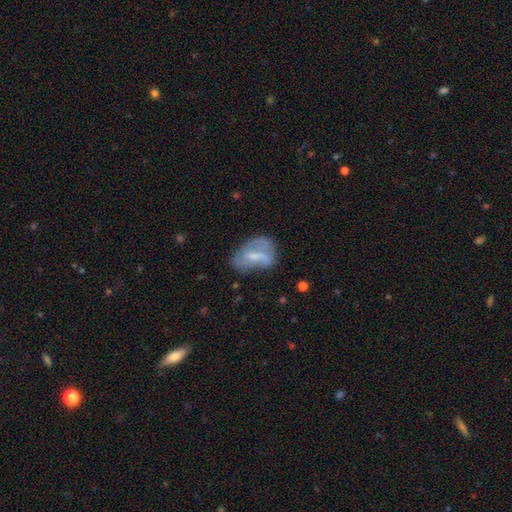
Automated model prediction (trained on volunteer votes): Smooth or featured?
  - featured or disk: 53% *
  - smooth: 39%
  - star or artifact: 8%
Edge-on disk?
  - no: 95% *
  - yes: 5%
Bar?
  - weak: 46% *
  - no: 32%
  - strong: 21%
Spiral arms?
  - yes: 56% *
  - no: 44%
Bulge size?
  - small: 43% *
  - moderate: 33%
  - none: 19%
  - large: 3%
  - dominant: 1%
Merging?
  - none: 42% *
  - minor disturbance: 30%
  - major disturbance: 24%
  - merger: 4%